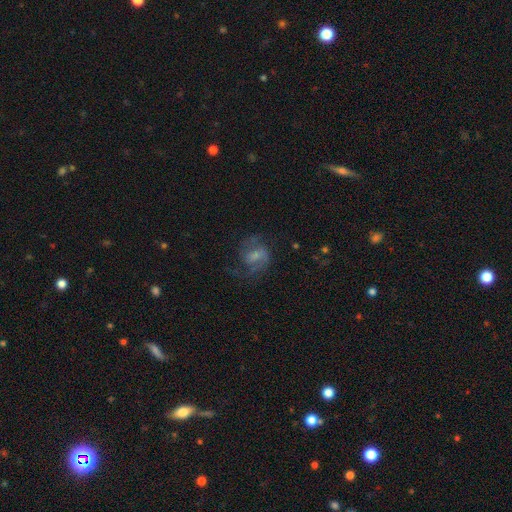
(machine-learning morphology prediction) A featured or disk galaxy (68%) with a weak bar (52%), 2 (80%) medium (53%) spiral arms (89%) and a small central bulge (38%).

Vote fractions:
- Smooth or featured? featured or disk: 68% / smooth: 24% / star or artifact: 8%
- Edge-on disk? no: 97% / yes: 3%
- Bar? weak: 52% / no: 28% / strong: 20%
- Spiral arms? yes: 89% / no: 11%
- Spiral winding? medium: 53% / loose: 31% / tight: 17%
- Spiral arm count? 2: 80% / 1: 8% / can't tell: 7% / 3: 2% / 4: 1% / more than 4: 1%
- Bulge size? small: 38% / moderate: 33% / none: 17% / large: 10% / dominant: 2%
- Merging? none: 58% / major disturbance: 22% / minor disturbance: 18% / merger: 2%